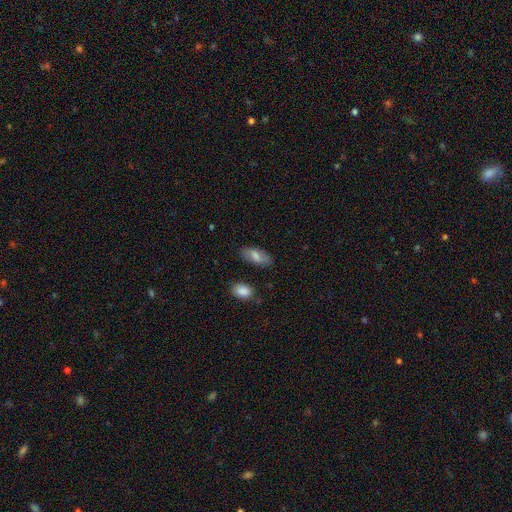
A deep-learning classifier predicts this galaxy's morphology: The model was most divided on "smooth or featured": smooth: 74%, featured or disk: 19%, star or artifact: 7%. More confident: how rounded — in between (85%); merging — none (81%).